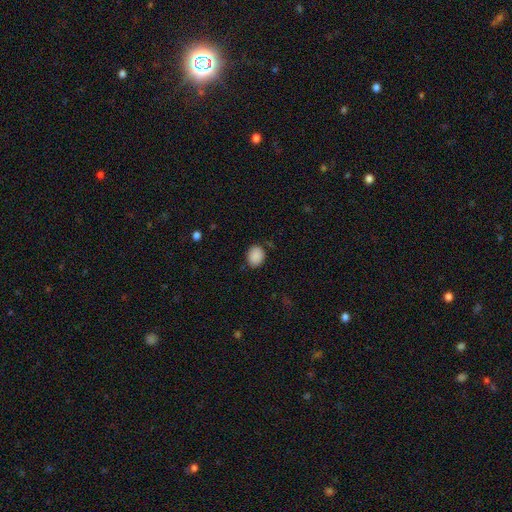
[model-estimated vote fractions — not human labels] Smooth or featured? smooth (89%)
How rounded? round (50%)
Merging? none (81%)